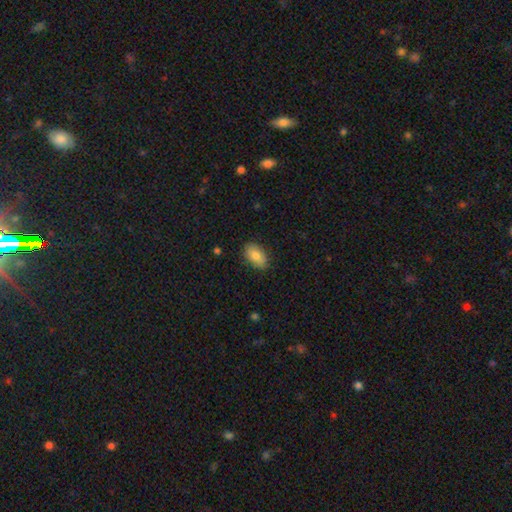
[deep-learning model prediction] smooth 83%, featured or disk 10%, star or artifact 7%. Down the decision tree: how rounded — in between (91%); merging — none (86%).